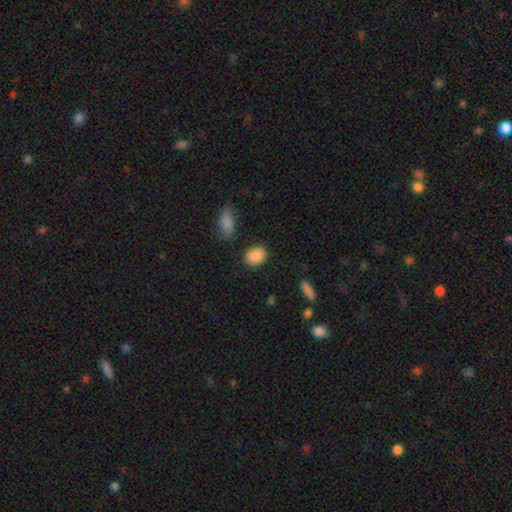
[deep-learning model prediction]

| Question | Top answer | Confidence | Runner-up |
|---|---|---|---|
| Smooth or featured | smooth | 89% | star or artifact (8%) |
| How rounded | in between | 64% | round (35%) |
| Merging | none | 82% | minor disturbance (12%) |